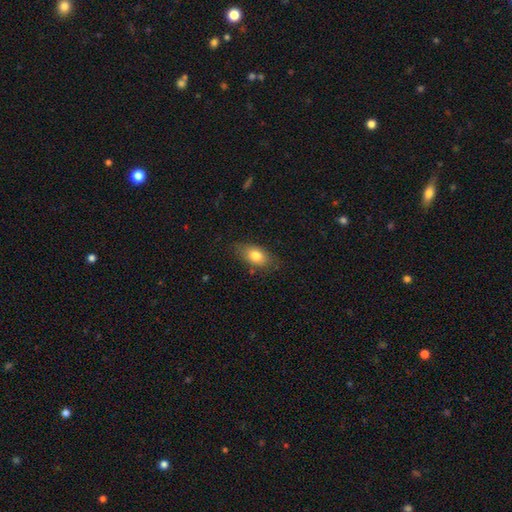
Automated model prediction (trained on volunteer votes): smooth-or-featured: smooth: 77% | featured or disk: 15% | star or artifact: 8%
  how-rounded: in between: 84% | round: 11% | cigar-shaped: 5%
  merging: none: 76% | minor disturbance: 18% | major disturbance: 4% | merger: 2%